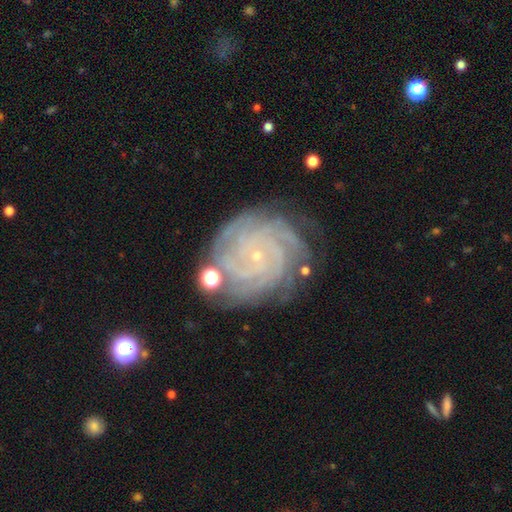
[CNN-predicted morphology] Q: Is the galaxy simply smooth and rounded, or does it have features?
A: featured or disk — 89%.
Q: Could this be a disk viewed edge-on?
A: no — 98%.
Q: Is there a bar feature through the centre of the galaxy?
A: no — 79%.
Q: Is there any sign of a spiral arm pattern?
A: yes — 98%.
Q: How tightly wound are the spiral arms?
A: tight — 84%.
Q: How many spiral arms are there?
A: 4 — 34%.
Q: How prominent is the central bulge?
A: small — 90%.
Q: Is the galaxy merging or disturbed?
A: none — 76%.